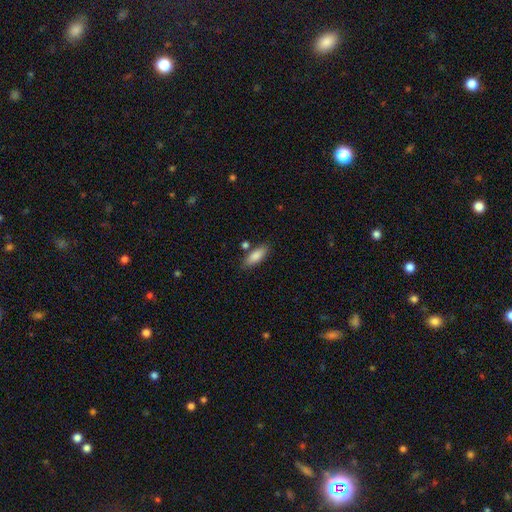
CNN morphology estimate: The model was most divided on "how rounded": in between: 75%, cigar-shaped: 23%, round: 2%. More confident: smooth or featured — smooth (86%); merging — none (76%).